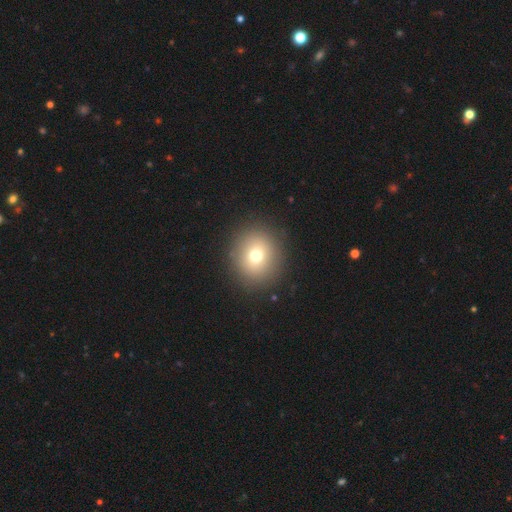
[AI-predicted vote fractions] smooth_or_featured: smooth (p=0.73) [alt: star or artifact p=0.15]
how_rounded: round (p=0.86) [alt: in between p=0.13]
merging: none (p=0.89) [alt: minor disturbance p=0.06]